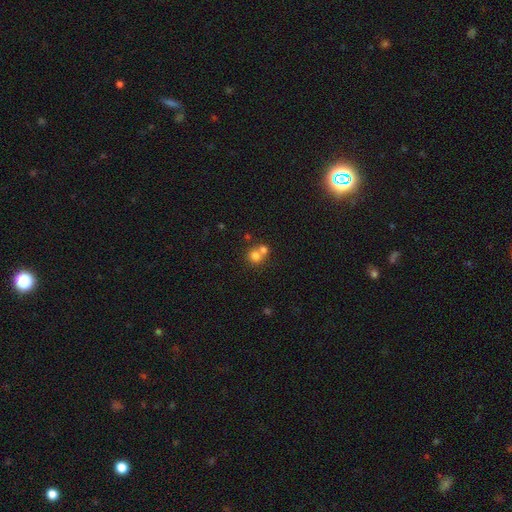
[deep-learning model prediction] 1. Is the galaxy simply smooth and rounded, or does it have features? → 75% smooth, 13% star or artifact, 12% featured or disk.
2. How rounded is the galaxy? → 79% round, 20% in between, 1% cigar-shaped.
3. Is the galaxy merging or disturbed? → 51% merger, 40% none, 6% minor disturbance, 3% major disturbance.